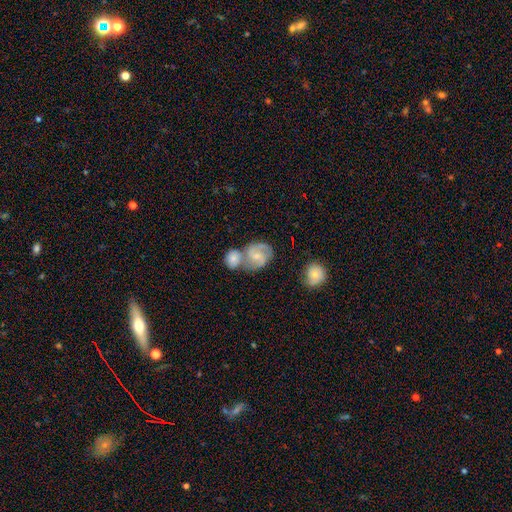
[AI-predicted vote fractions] featured or disk 78%, smooth 16%, star or artifact 6%. Down the decision tree: edge-on disk — no (98%); bar — weak (47%); spiral arms — yes (95%); spiral arm count — 2 (83%); spiral winding — medium (54%); bulge size — small (56%); merging — merger (49%).